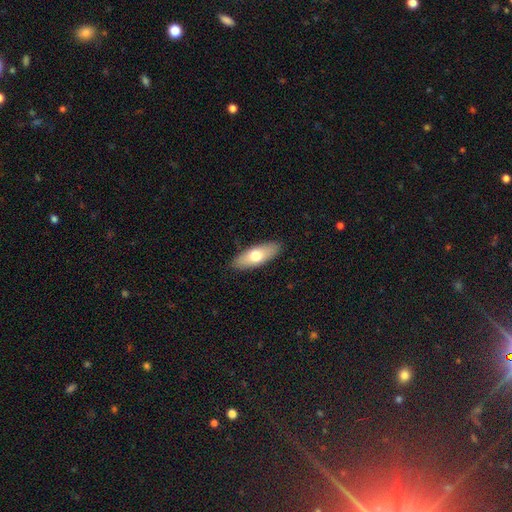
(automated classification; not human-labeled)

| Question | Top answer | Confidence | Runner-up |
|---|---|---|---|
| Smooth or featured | smooth | 68% | featured or disk (27%) |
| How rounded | in between | 70% | cigar-shaped (27%) |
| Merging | none | 88% | minor disturbance (9%) |